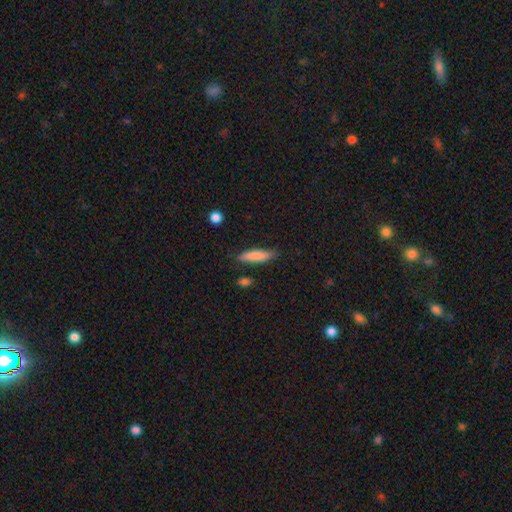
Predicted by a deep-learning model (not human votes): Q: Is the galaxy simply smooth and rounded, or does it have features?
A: smooth — 81%.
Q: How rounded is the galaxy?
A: cigar-shaped — 71%.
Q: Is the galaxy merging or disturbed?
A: none — 80%.